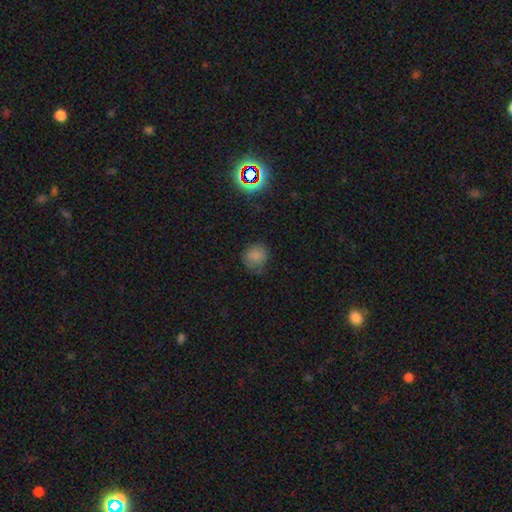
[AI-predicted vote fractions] smooth 77%, star or artifact 15%, featured or disk 8%. Down the decision tree: how rounded — round (82%); merging — none (68%).